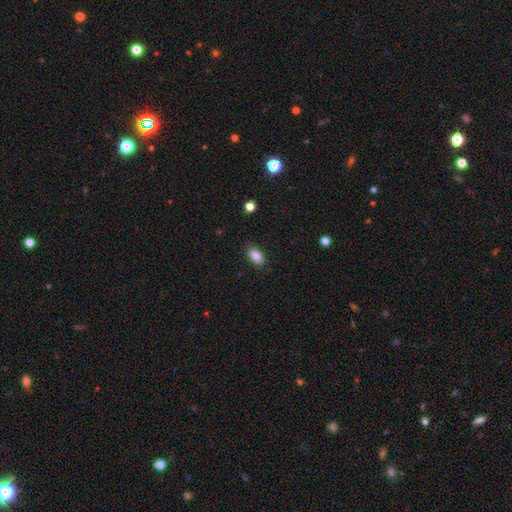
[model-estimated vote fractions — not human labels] smooth 87%, star or artifact 8%, featured or disk 6%. Down the decision tree: how rounded — in between (91%); merging — none (86%).